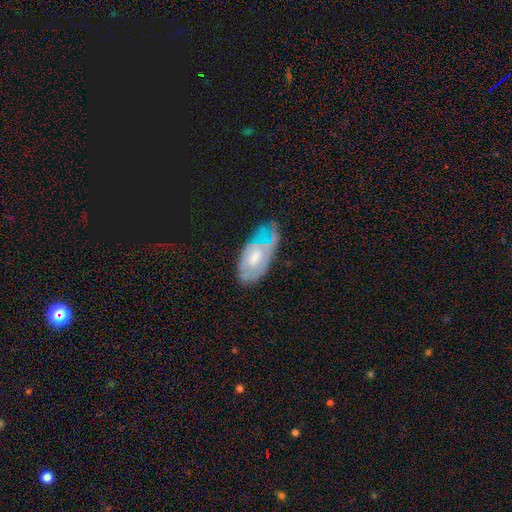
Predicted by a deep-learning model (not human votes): Overall: featured or disk (62%; smooth 30%). Edge-on disk: no (89%). Bar: no (61%; weak 33%). Spiral arms: yes (68%; no 32%). Bulge size: moderate (51%; small 24%). Merging: none (44%; minor disturbance 35%).